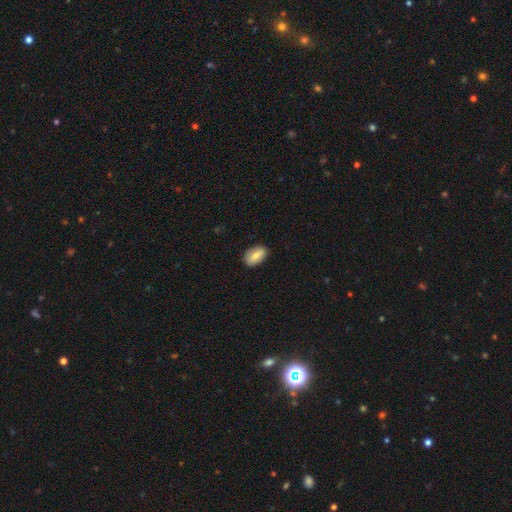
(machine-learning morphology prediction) The model was most divided on "smooth or featured": smooth: 77%, featured or disk: 16%, star or artifact: 7%. More confident: how rounded — in between (92%); merging — none (85%).